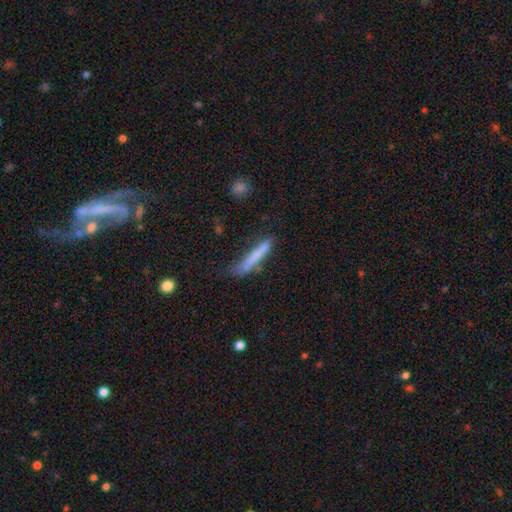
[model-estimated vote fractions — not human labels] A smooth galaxy with no disk features (69%) that is cigar-shaped (94%). Merging: none (59%).